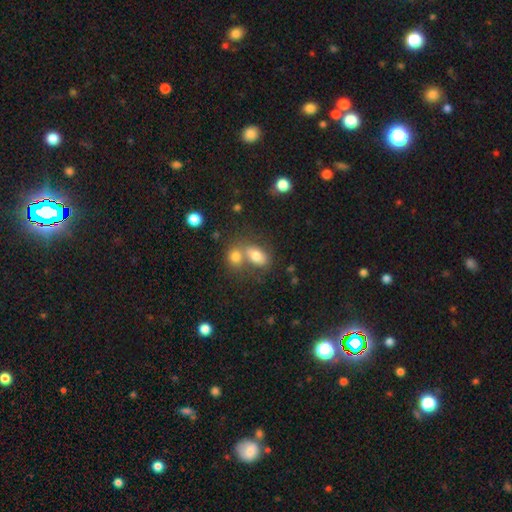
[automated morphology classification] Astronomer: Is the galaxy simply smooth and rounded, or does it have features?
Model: smooth — 76%.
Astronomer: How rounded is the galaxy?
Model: in between — 83%.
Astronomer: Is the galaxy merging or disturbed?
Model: merger — 50% (runner-up: none, 36%).